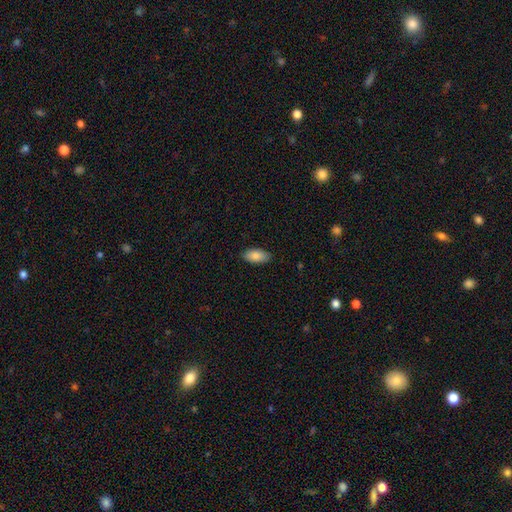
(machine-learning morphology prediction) The model was most divided on "smooth or featured": smooth: 85%, featured or disk: 8%, star or artifact: 6%. More confident: how rounded — in between (92%); merging — none (87%).